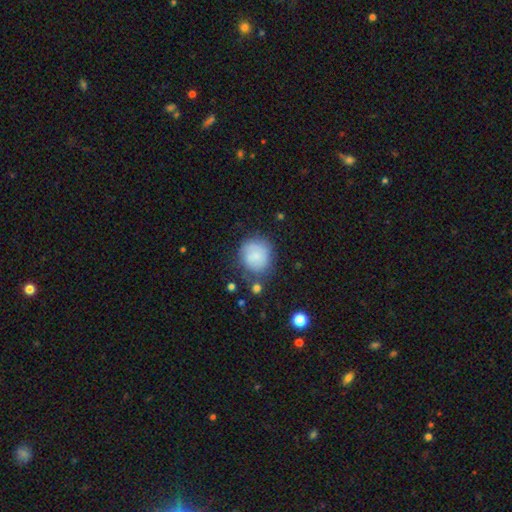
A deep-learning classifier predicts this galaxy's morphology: smooth_or_featured: smooth (p=0.73) [alt: featured or disk p=0.19]
how_rounded: round (p=0.83) [alt: in between p=0.16]
merging: none (p=0.64) [alt: minor disturbance p=0.22]